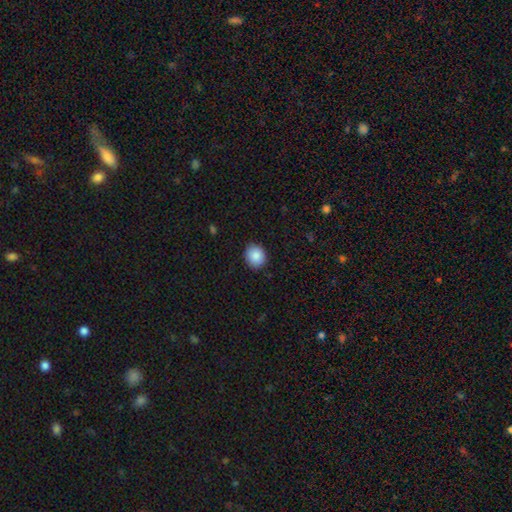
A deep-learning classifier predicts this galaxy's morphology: Smooth or featured: smooth — 88% (star or artifact — 8%)
How rounded: round — 69% (in between — 30%)
Merging: none — 89% (minor disturbance — 8%)